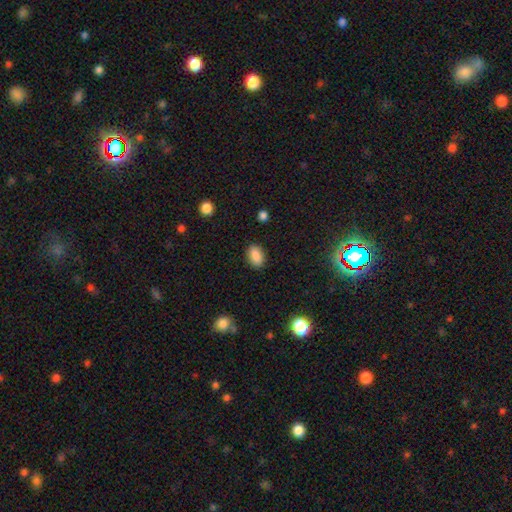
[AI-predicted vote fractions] This appears to be a smooth galaxy with no disk features (88%) that is in between round and cigar-shaped (88%). Merging: none (87%).